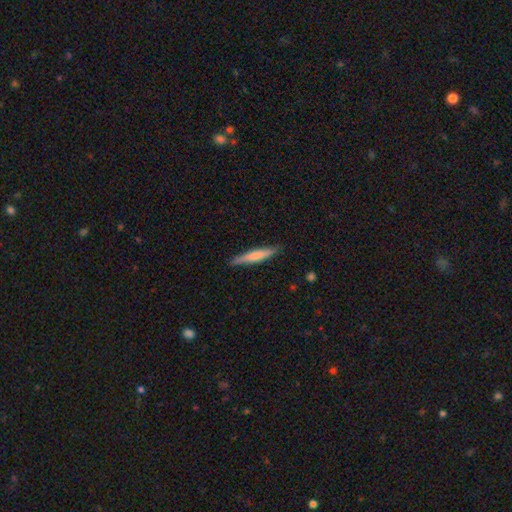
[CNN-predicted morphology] Smooth or featured? Predicted: smooth (p=0.64). How rounded? Predicted: cigar-shaped (p=0.92). Merging? Predicted: none (p=0.88).